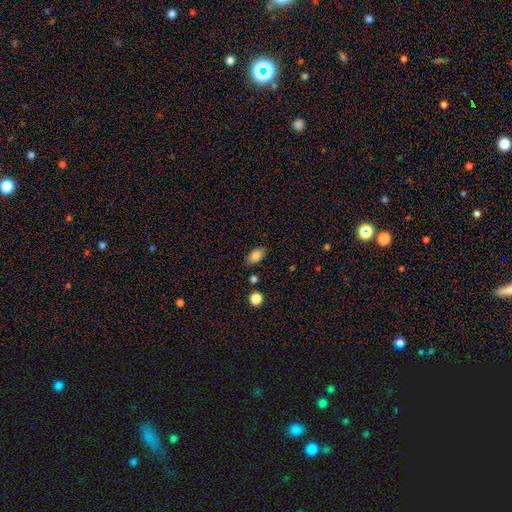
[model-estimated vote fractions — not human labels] smooth_or_featured: smooth (p=0.84) [alt: star or artifact p=0.09]
how_rounded: in between (p=0.88) [alt: round p=0.09]
merging: none (p=0.82) [alt: minor disturbance p=0.12]